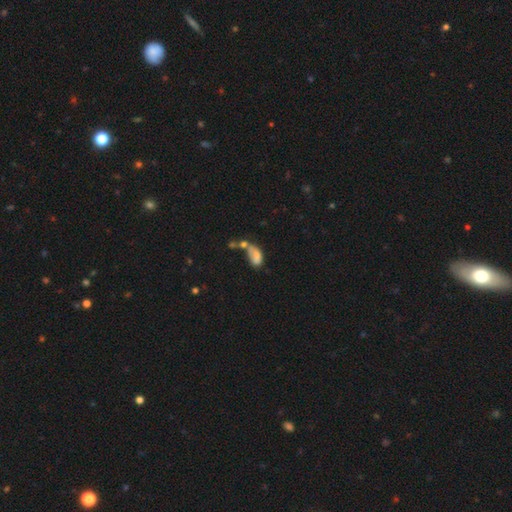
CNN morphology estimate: Smooth or featured? smooth (66%)
How rounded? in between (89%)
Merging? merger (43%)